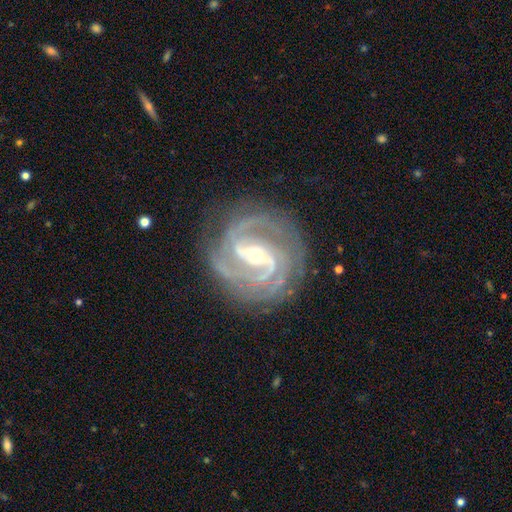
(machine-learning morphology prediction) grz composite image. It shows a featured or disk galaxy (93%) with a strong bar (47%), 2 (52%) tight (49%) spiral arms (98%) and a moderate central bulge (52%). Merging: none (78%).